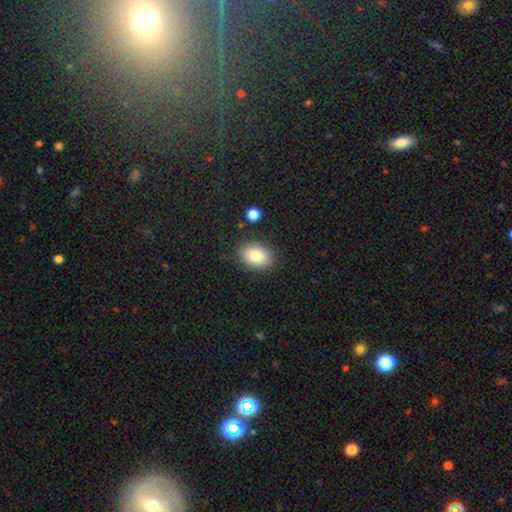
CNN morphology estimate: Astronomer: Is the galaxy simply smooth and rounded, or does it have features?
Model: smooth — 85%.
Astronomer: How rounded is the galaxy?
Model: in between — 79%.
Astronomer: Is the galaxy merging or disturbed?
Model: none — 84%.